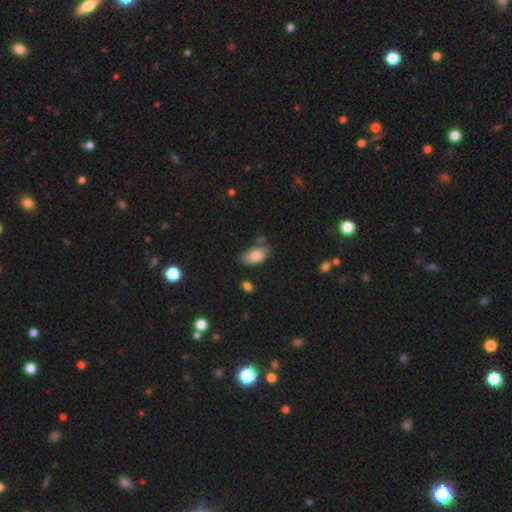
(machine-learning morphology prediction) A smooth galaxy with no disk features (80%) that is in between round and cigar-shaped (94%). Merging: none (53%).